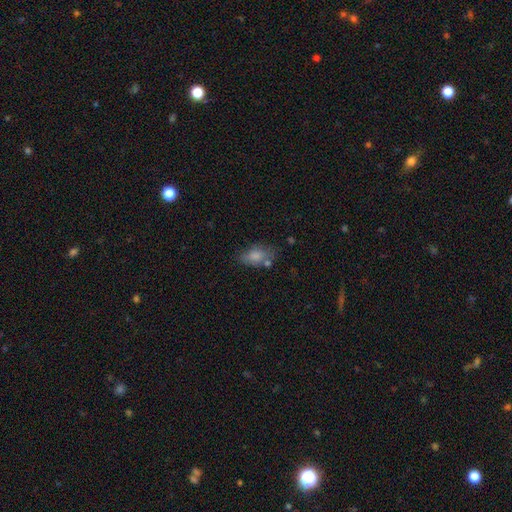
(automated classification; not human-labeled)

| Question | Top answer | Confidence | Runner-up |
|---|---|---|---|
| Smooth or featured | smooth | 78% | featured or disk (13%) |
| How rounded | in between | 88% | round (8%) |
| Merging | none | 51% | minor disturbance (25%) |